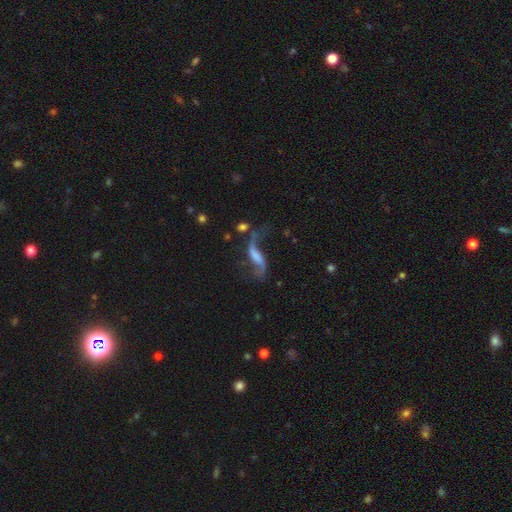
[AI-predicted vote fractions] Smooth or featured? Predicted: featured or disk (p=0.78). Edge-on disk? Predicted: no (p=0.90). Bar? Predicted: weak (p=0.38). Spiral arms? Predicted: yes (p=0.92). Spiral winding? Predicted: loose (p=0.90). Spiral arm count? Predicted: 2 (p=0.88). Bulge size? Predicted: none (p=0.47). Merging? Predicted: none (p=0.50).